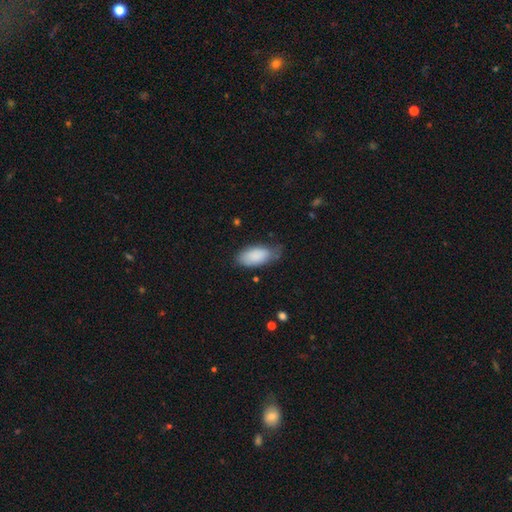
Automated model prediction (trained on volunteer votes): This appears to be a smooth galaxy with no disk features (87%) that is in between round and cigar-shaped (92%). Merging: none (55%).